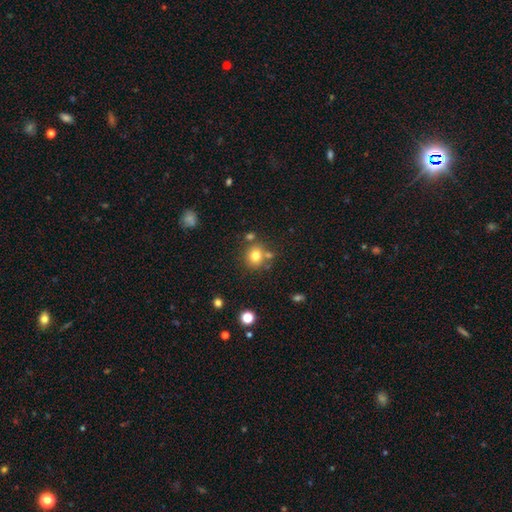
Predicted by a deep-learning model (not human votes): A smooth galaxy with no disk features (77%) that is round (79%).

Vote fractions:
- Smooth or featured? smooth: 77% / star or artifact: 13% / featured or disk: 9%
- How rounded? round: 79% / in between: 20% / cigar-shaped: 1%
- Merging? none: 70% / merger: 14% / minor disturbance: 12% / major disturbance: 4%